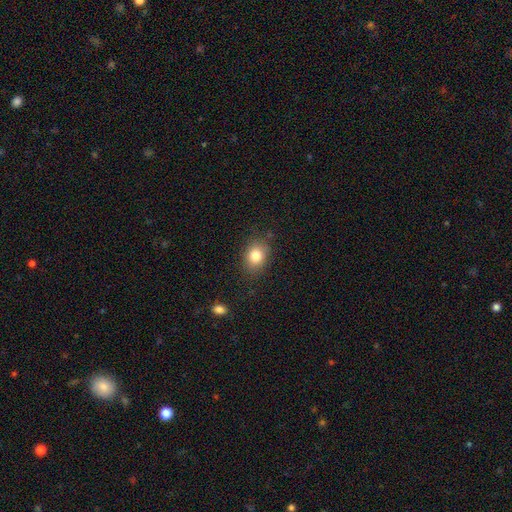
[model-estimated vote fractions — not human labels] smooth 81%, star or artifact 10%, featured or disk 8%. Down the decision tree: how rounded — in between (57%); merging — none (82%).